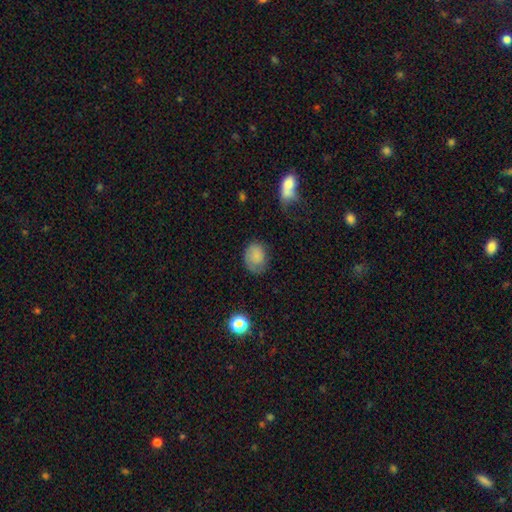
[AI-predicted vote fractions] smooth_or_featured: smooth (p=0.76) [alt: featured or disk p=0.14]
how_rounded: round (p=0.50) [alt: in between p=0.49]
merging: none (p=0.63) [alt: minor disturbance p=0.25]